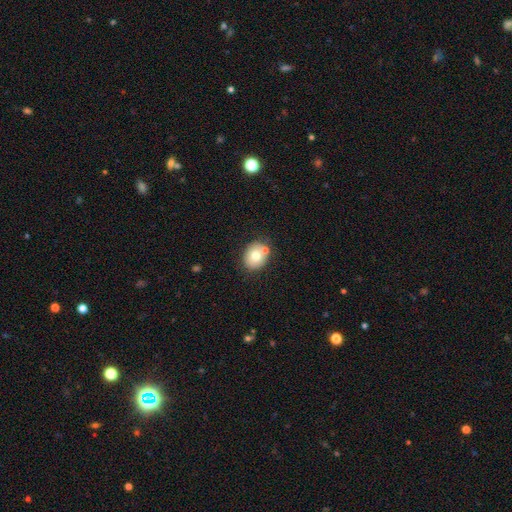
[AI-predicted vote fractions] A smooth galaxy with no disk features (72%) that is round (54%). Merging: none (67%).